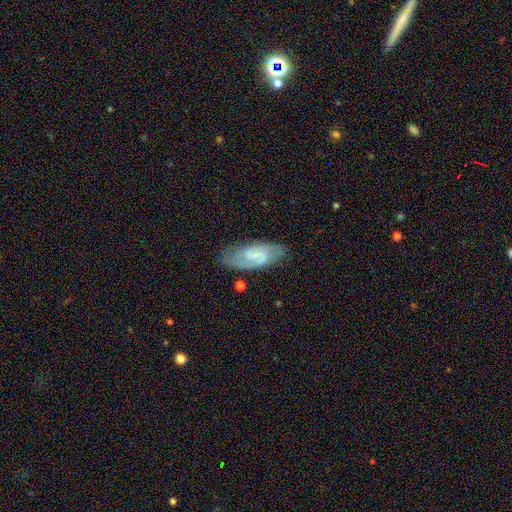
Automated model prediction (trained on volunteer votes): featured or disk 71%, smooth 22%, star or artifact 6%. Down the decision tree: edge-on disk — no (93%); bar — weak (55%); spiral arms — yes (91%); spiral arm count — 2 (81%); spiral winding — medium (49%); bulge size — small (57%); merging — none (78%).